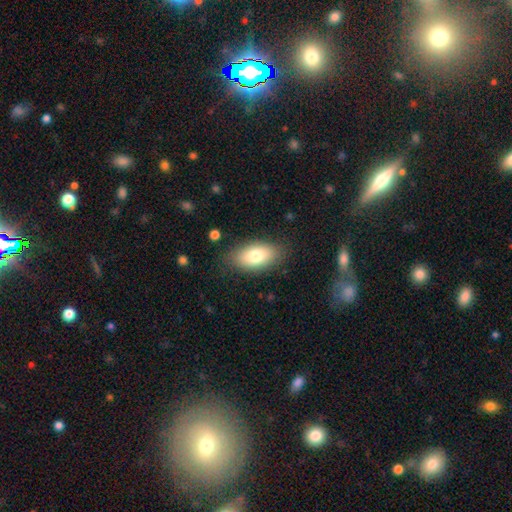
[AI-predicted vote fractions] This is likely a smooth galaxy (78%). How rounded: clearly in between (92%). Merging: clearly none (83%).